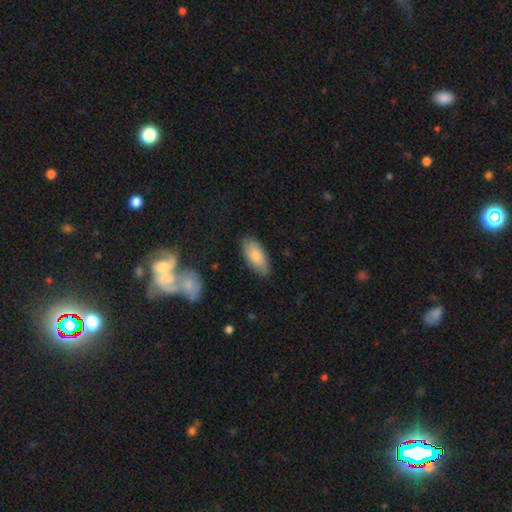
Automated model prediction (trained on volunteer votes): Overall: smooth (82%). How rounded: in between (89%). Merging: none (82%).